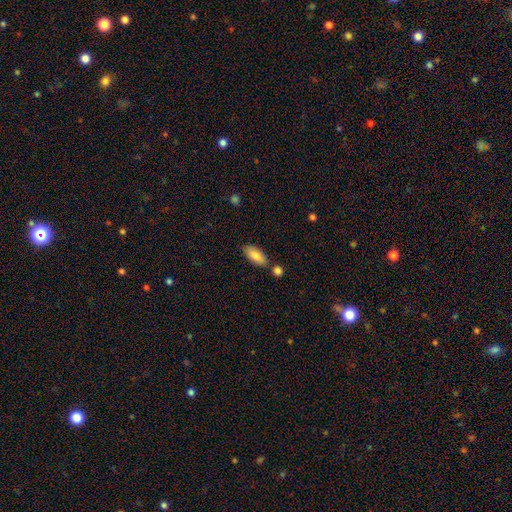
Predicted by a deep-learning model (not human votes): Smooth or featured: smooth — 83% (featured or disk — 11%)
How rounded: in between — 87% (cigar-shaped — 10%)
Merging: none — 76% (minor disturbance — 13%)